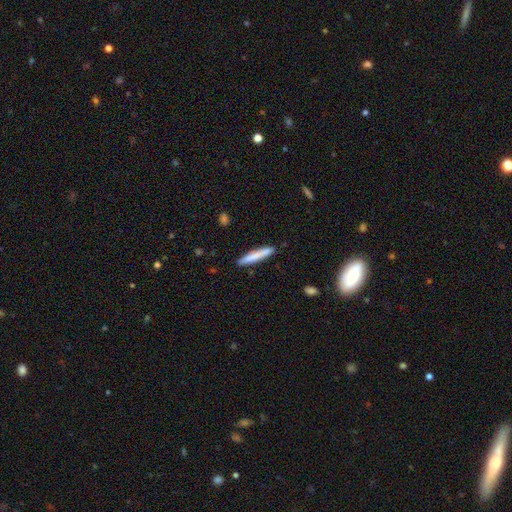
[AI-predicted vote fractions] smooth_or_featured: smooth (p=0.78) [alt: featured or disk p=0.16]
how_rounded: cigar-shaped (p=0.94) [alt: in between p=0.04]
merging: none (p=0.89) [alt: minor disturbance p=0.08]